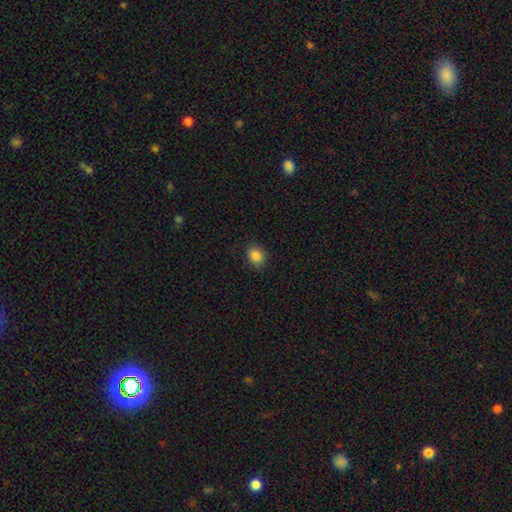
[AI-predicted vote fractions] Smooth or featured? smooth (86%)
How rounded? in between (51%)
Merging? none (86%)